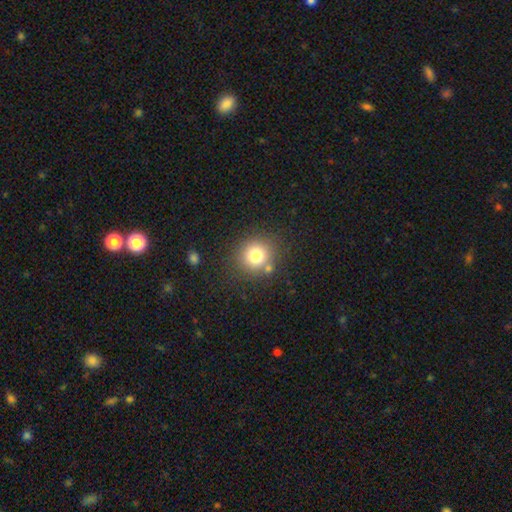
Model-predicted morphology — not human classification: Smooth or featured?
  - smooth: 77% *
  - star or artifact: 13%
  - featured or disk: 10%
How rounded?
  - round: 88% *
  - in between: 11%
  - cigar-shaped: 1%
Merging?
  - none: 79% *
  - minor disturbance: 10%
  - merger: 7%
  - major disturbance: 4%